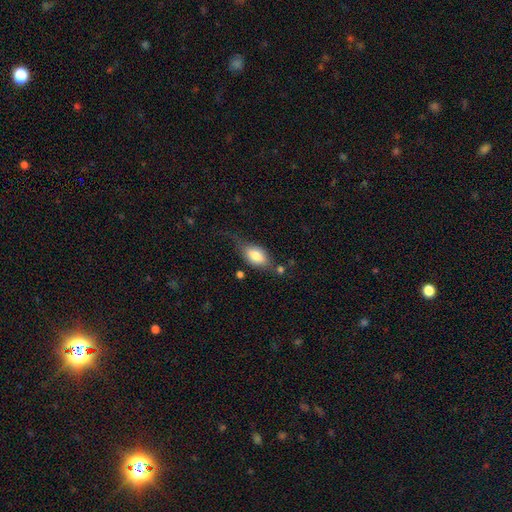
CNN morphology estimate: smooth_or_featured: smooth (p=0.71) [alt: featured or disk p=0.22]
how_rounded: in between (p=0.87) [alt: round p=0.07]
merging: none (p=0.48) [alt: minor disturbance p=0.29]